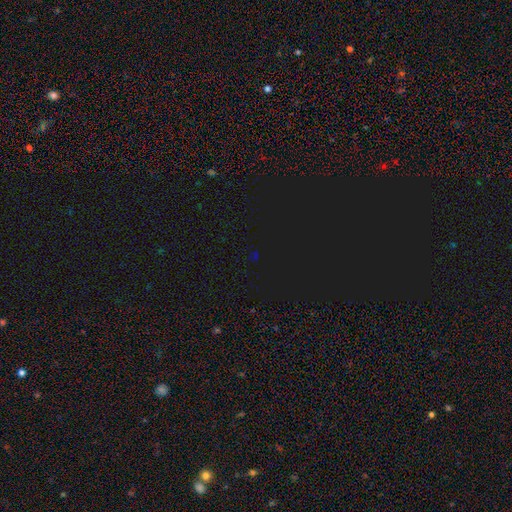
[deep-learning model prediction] A star or artifact, not a galaxy (78%).

Vote fractions:
- Smooth or featured? star or artifact: 78% / smooth: 16% / featured or disk: 7%